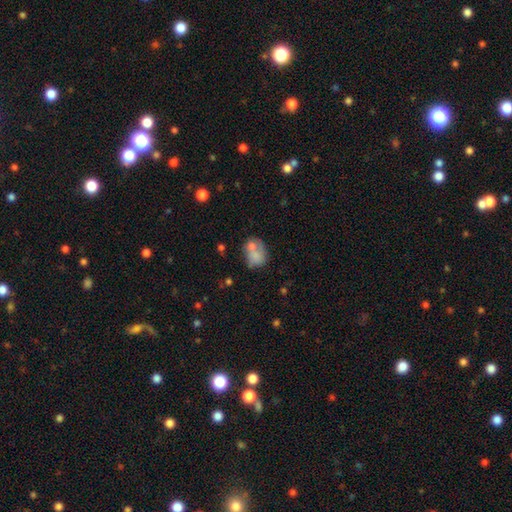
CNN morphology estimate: A smooth galaxy with no disk features (68%) that is in between round and cigar-shaped (60%). Merging: merger (41%).